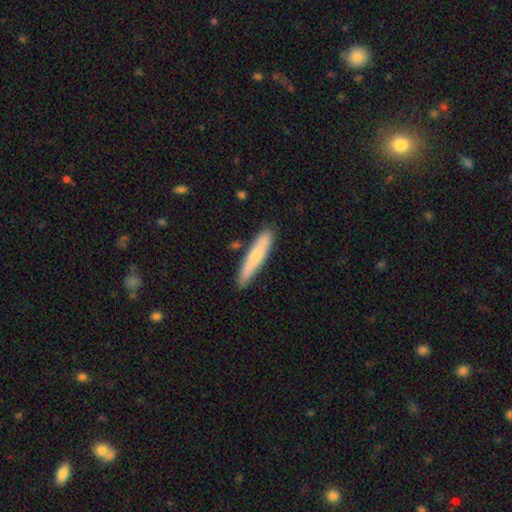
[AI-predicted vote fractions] A smooth galaxy with no disk features (69%) that is cigar-shaped (89%). Merging: none (82%).